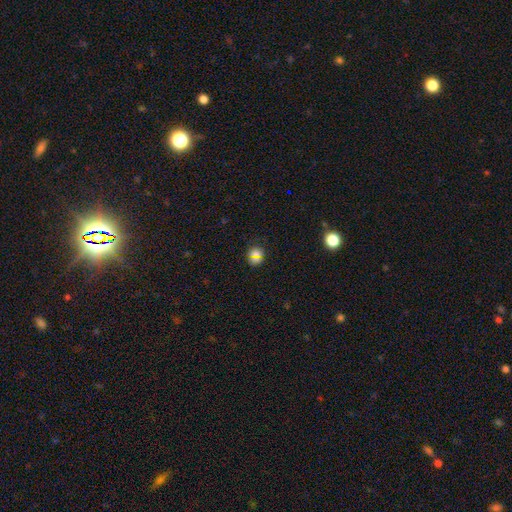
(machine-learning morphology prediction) type=smooth (63%); roundness=round (88%); merging=none (84%).